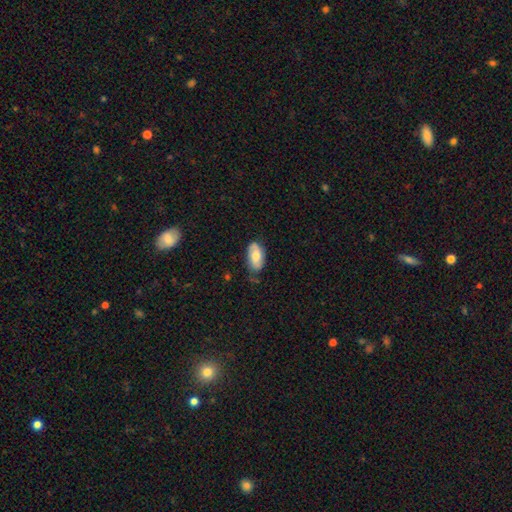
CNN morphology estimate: Smooth or featured? smooth (61%)
How rounded? in between (93%)
Merging? none (66%)